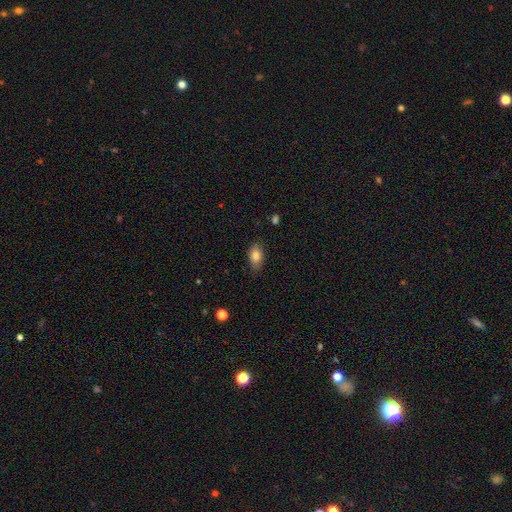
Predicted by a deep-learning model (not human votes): This is clearly a smooth galaxy (80%). How rounded: clearly in between (88%). Merging: clearly none (83%).